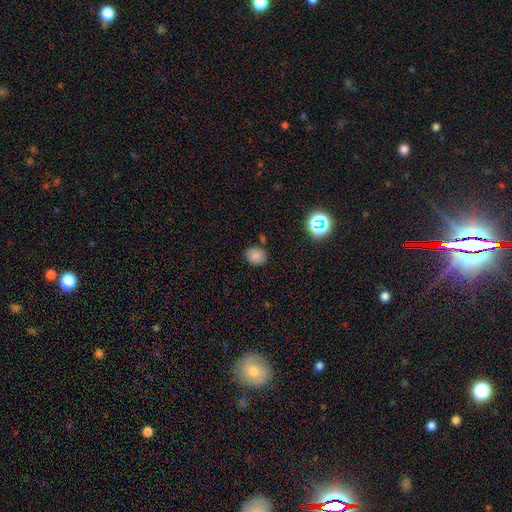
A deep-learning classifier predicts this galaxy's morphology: type=smooth (79%); roundness=round (53%); merging=none (77%).